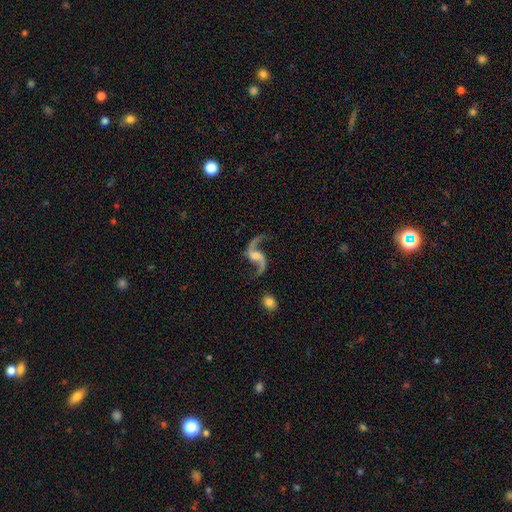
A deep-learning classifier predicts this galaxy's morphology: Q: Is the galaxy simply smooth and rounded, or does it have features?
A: featured or disk — 92%.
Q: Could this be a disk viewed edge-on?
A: no — 97%.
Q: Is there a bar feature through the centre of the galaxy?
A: no — 45%.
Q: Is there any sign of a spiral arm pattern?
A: yes — 97%.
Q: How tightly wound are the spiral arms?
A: loose — 87%.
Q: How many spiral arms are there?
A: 2 — 94%.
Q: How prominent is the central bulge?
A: small — 34%.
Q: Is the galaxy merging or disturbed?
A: none — 73%.